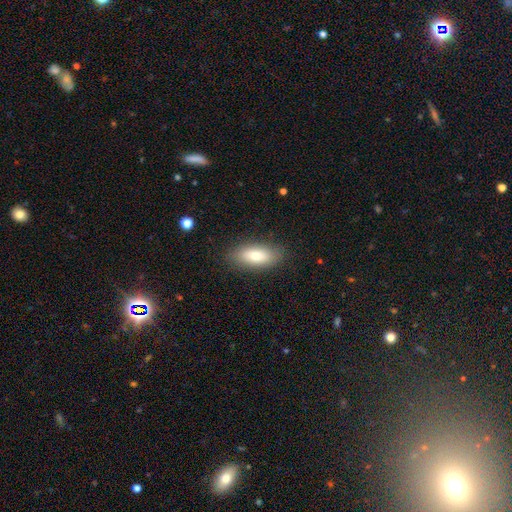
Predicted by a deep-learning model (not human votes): Smooth or featured: smooth — 75% (featured or disk — 17%)
How rounded: in between — 84% (cigar-shaped — 13%)
Merging: none — 86% (minor disturbance — 10%)